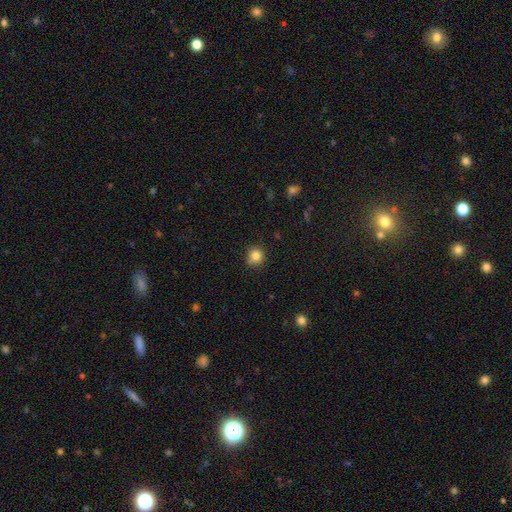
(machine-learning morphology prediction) Smooth or featured? smooth (83%)
How rounded? round (90%)
Merging? none (80%)